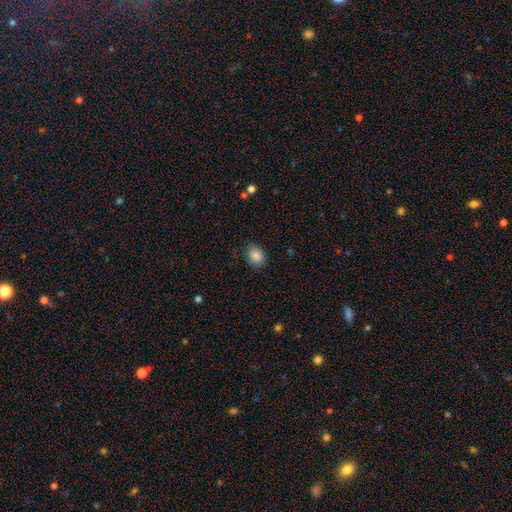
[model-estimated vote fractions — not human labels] This is clearly a smooth galaxy (87%). How rounded: likely in between (61%). Merging: clearly none (81%).